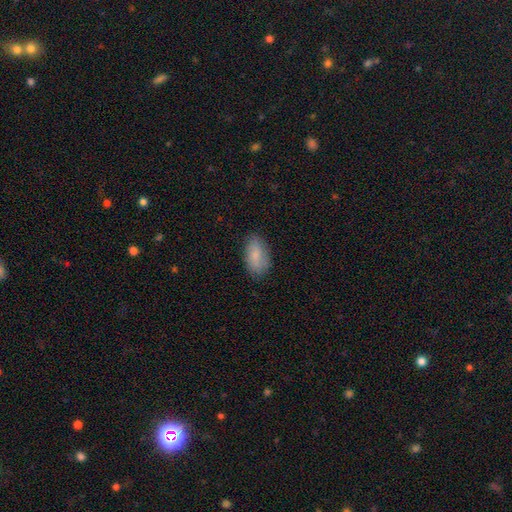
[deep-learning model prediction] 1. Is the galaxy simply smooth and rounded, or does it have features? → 79% smooth, 14% featured or disk, 7% star or artifact.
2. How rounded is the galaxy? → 93% in between, 4% round, 4% cigar-shaped.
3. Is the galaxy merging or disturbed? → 78% none, 17% minor disturbance, 4% major disturbance, 1% merger.